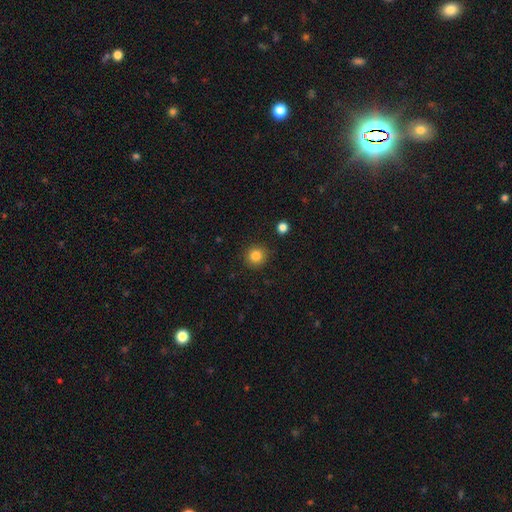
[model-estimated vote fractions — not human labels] Overall: smooth (84%). How rounded: round (92%). Merging: none (90%).